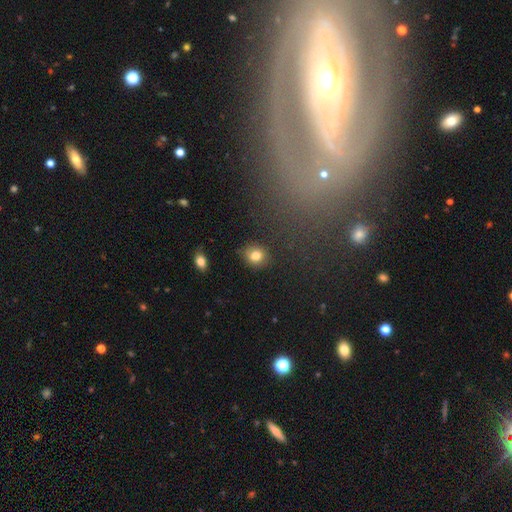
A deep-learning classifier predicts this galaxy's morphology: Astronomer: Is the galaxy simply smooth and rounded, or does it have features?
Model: smooth — 81%.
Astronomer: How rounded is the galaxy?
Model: round — 78%.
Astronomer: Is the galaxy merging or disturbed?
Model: none — 83%.